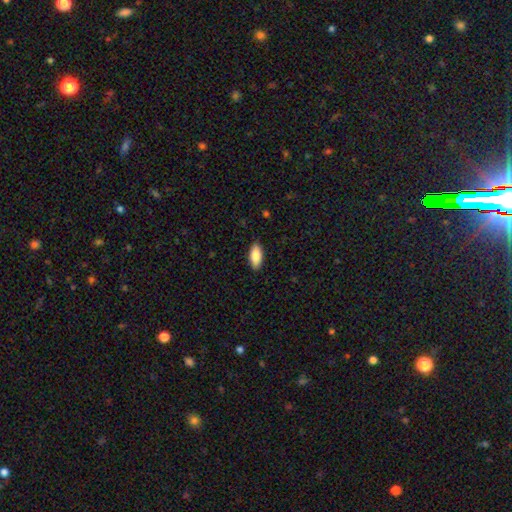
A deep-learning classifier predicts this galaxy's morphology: smooth_or_featured: smooth (p=0.87) [alt: featured or disk p=0.07]
how_rounded: in between (p=0.87) [alt: cigar-shaped p=0.11]
merging: none (p=0.89) [alt: minor disturbance p=0.09]